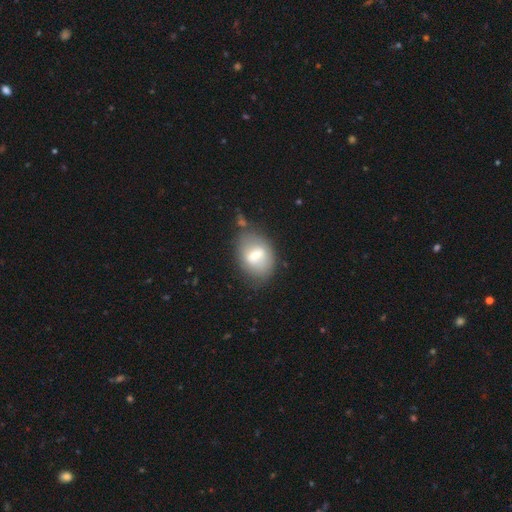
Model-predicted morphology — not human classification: Smooth or featured? smooth (57%)
How rounded? in between (76%)
Merging? none (61%)